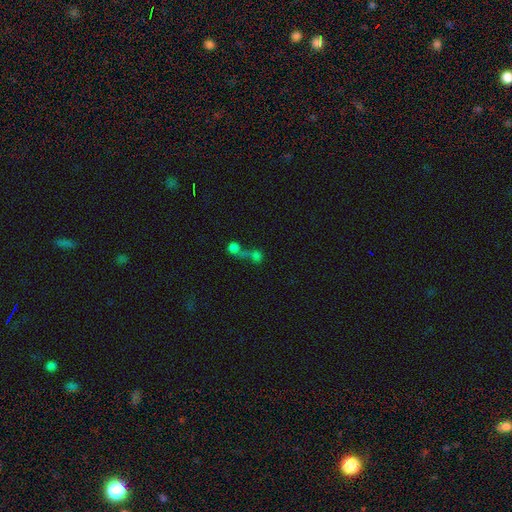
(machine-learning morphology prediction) This appears to be a smooth galaxy with no disk features (44%). Merging: merger (51%).